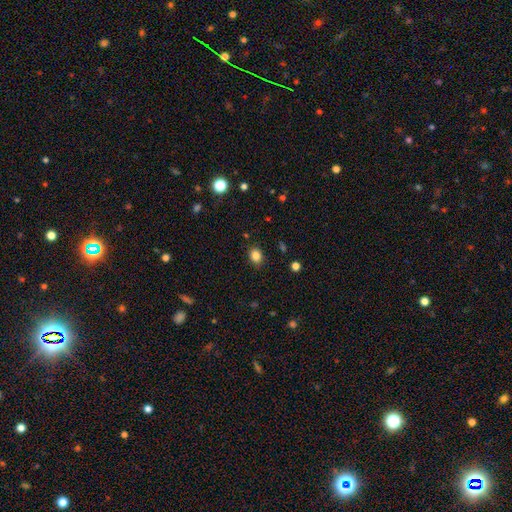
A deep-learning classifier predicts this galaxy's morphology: Smooth or featured? smooth (84%)
How rounded? in between (57%)
Merging? none (87%)